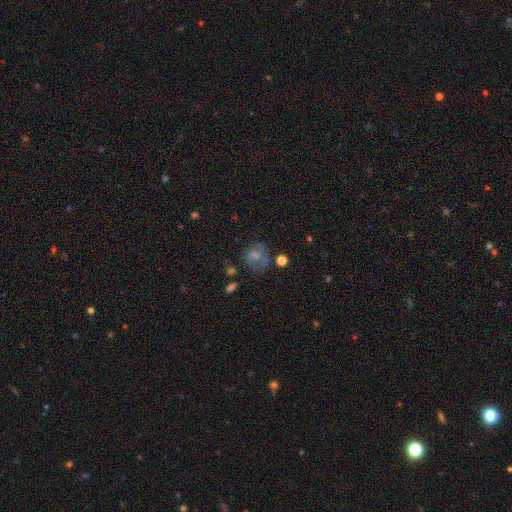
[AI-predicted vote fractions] Smooth or featured? Predicted: smooth (p=0.64). How rounded? Predicted: round (p=0.66). Merging? Predicted: none (p=0.48).